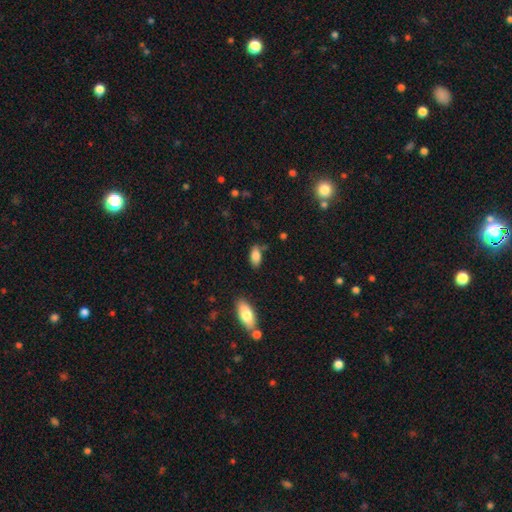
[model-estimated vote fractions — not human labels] Smooth or featured? Predicted: smooth (p=0.85). How rounded? Predicted: in between (p=0.89). Merging? Predicted: none (p=0.74).